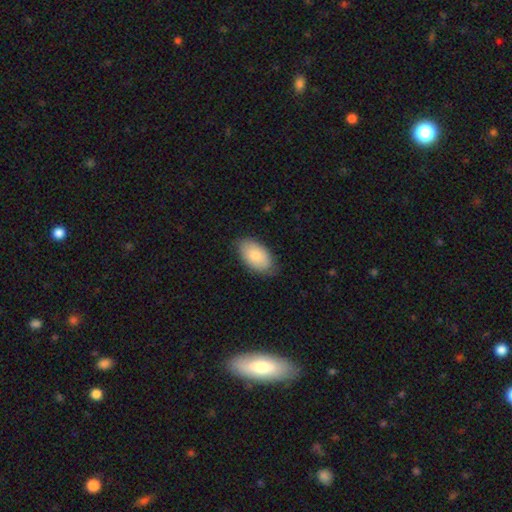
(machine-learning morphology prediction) This appears to be a smooth galaxy with no disk features (81%) that is in between round and cigar-shaped (95%). Merging: none (80%).